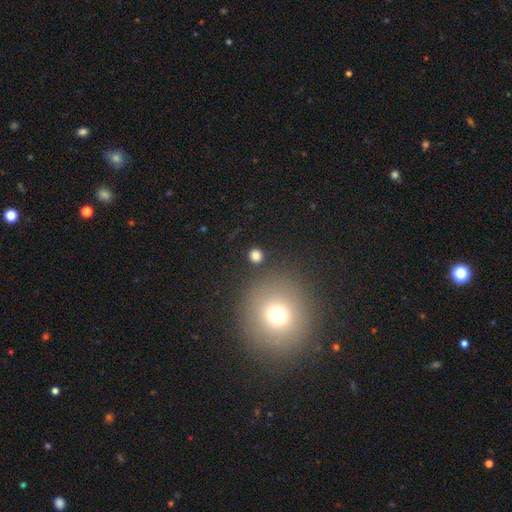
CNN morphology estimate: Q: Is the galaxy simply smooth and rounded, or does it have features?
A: smooth — 79%.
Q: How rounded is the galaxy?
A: round — 90%.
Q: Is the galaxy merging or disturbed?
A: none — 86%.